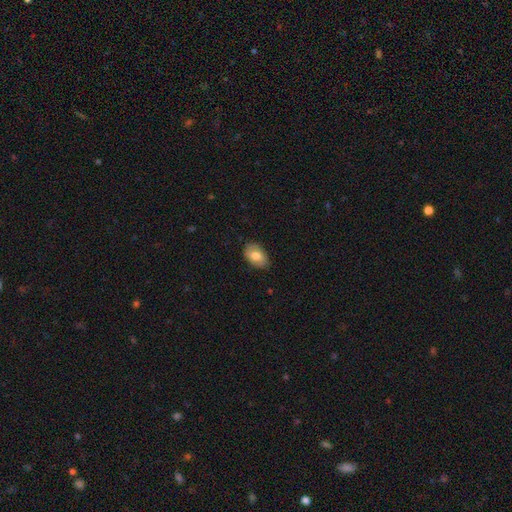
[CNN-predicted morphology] smooth_or_featured: smooth (p=0.76) [alt: featured or disk p=0.17]
how_rounded: in between (p=0.90) [alt: round p=0.08]
merging: none (p=0.80) [alt: minor disturbance p=0.16]